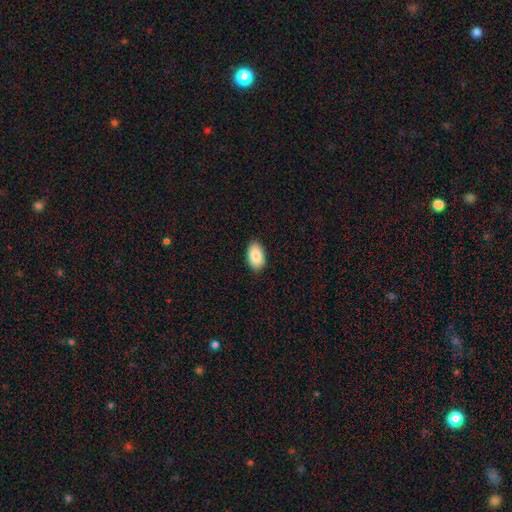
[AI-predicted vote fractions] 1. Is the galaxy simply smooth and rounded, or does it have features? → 86% smooth, 7% featured or disk, 7% star or artifact.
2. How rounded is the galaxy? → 94% in between, 5% round, 1% cigar-shaped.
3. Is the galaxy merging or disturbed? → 88% none, 9% minor disturbance, 2% major disturbance, 1% merger.